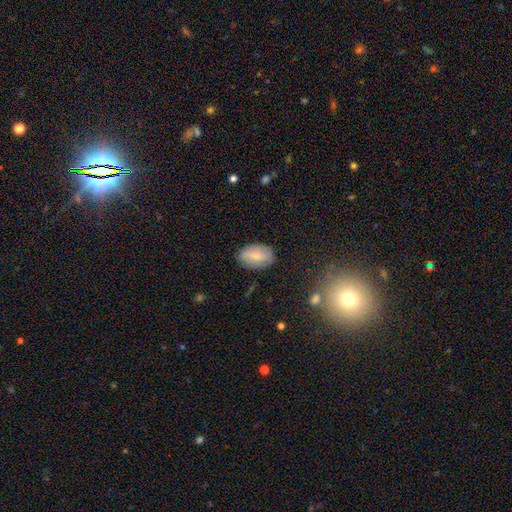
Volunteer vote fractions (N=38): smooth-or-featured: smooth: 74% | featured or disk: 21% | star or artifact: 5%
  how-rounded: in between: 96% | cigar-shaped: 4% | round: 0%
  merging: none: 89% | minor disturbance: 8% | merger: 3% | major disturbance: 0%